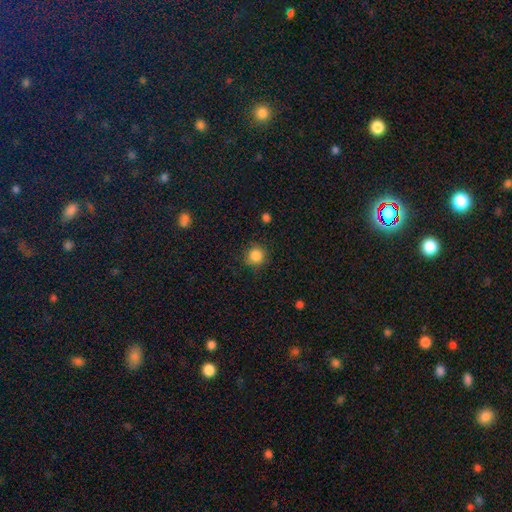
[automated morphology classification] smooth-or-featured: smooth: 86% | star or artifact: 11% | featured or disk: 4%
  how-rounded: round: 93% | in between: 6% | cigar-shaped: 1%
  merging: none: 86% | minor disturbance: 10% | major disturbance: 3% | merger: 1%